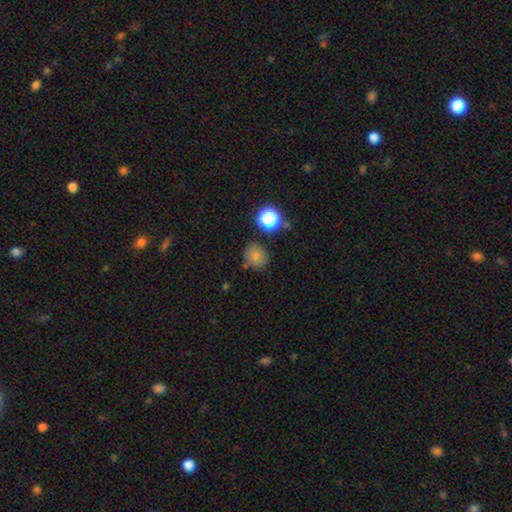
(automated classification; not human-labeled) smooth_or_featured: smooth (p=0.78) [alt: star or artifact p=0.15]
how_rounded: round (p=0.76) [alt: in between p=0.23]
merging: none (p=0.78) [alt: minor disturbance p=0.13]